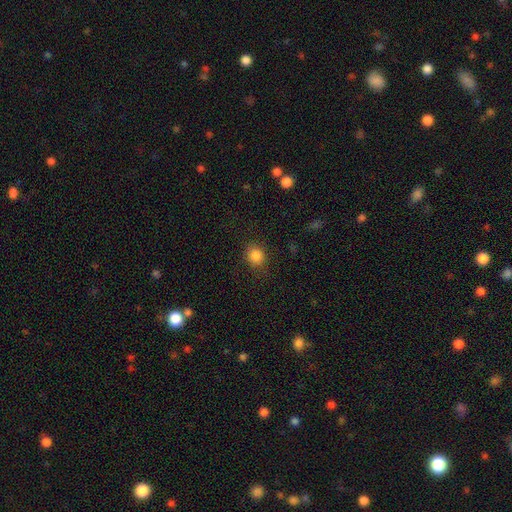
smooth_or_featured: smooth (p=0.95) [alt: featured or disk p=0.03]
how_rounded: round (p=0.86) [alt: in between p=0.14]
merging: none (p=0.86) [alt: minor disturbance p=0.08]